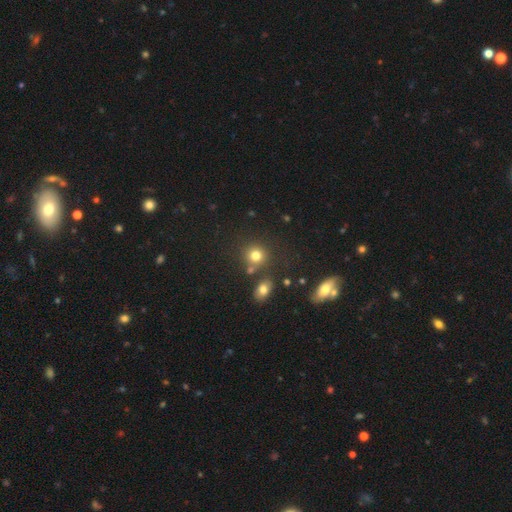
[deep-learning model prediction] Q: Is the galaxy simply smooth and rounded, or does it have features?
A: smooth — 77%.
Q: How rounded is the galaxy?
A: round — 83%.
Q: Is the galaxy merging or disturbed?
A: none — 71%.